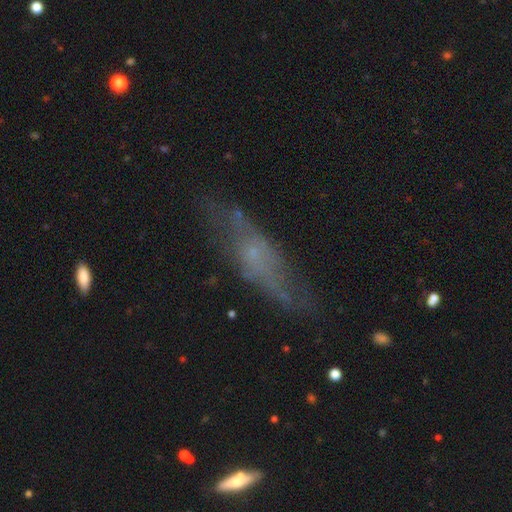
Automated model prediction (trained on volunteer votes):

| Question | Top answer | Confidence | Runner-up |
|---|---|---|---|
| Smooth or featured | featured or disk | 51% | smooth (36%) |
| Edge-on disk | no | 54% | yes (46%) |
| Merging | none | 61% | minor disturbance (23%) |